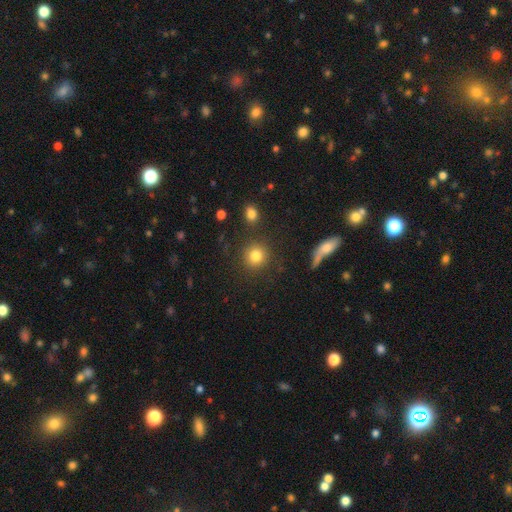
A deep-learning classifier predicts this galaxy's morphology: type=smooth (82%); roundness=round (91%); merging=none (85%).